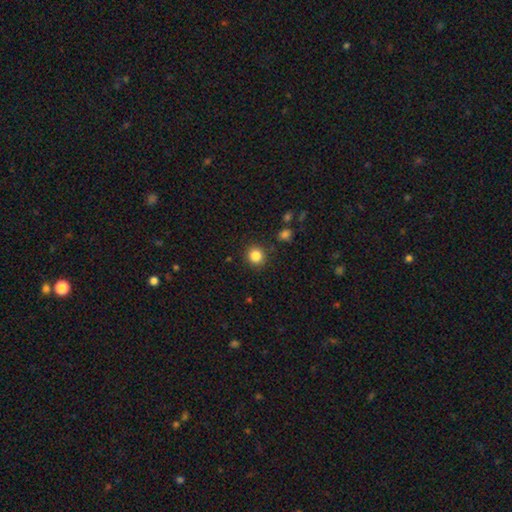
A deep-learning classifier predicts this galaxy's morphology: Smooth or featured? Predicted: smooth (p=0.84). How rounded? Predicted: round (p=0.89). Merging? Predicted: none (p=0.89).